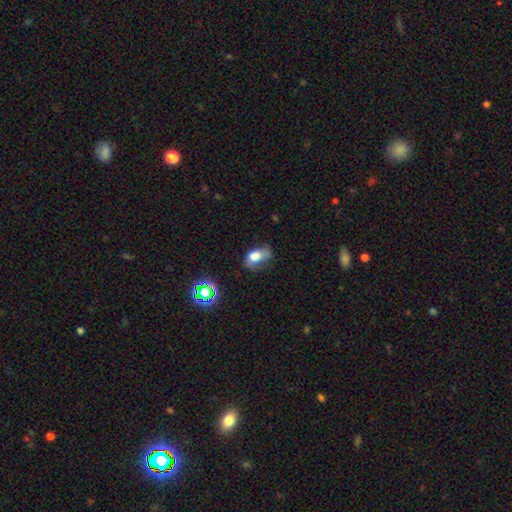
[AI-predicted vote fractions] A smooth galaxy with no disk features (71%) that is in between round and cigar-shaped (87%).

Vote fractions:
- Smooth or featured? smooth: 71% / featured or disk: 16% / star or artifact: 12%
- How rounded? in between: 87% / round: 11% / cigar-shaped: 2%
- Merging? none: 38% / minor disturbance: 37% / major disturbance: 22% / merger: 3%